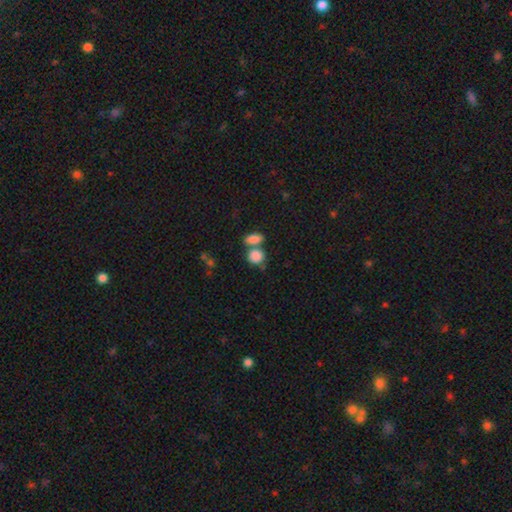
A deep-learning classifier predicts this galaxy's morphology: Smooth or featured? smooth (86%)
How rounded? round (59%)
Merging? merger (45%)